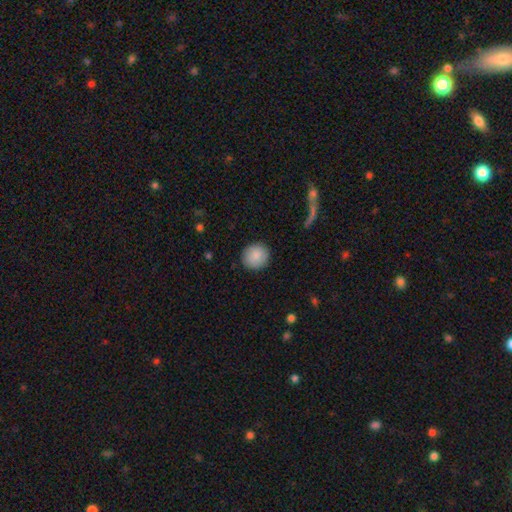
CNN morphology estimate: Smooth or featured? Predicted: smooth (p=0.88). How rounded? Predicted: round (p=0.89). Merging? Predicted: none (p=0.90).